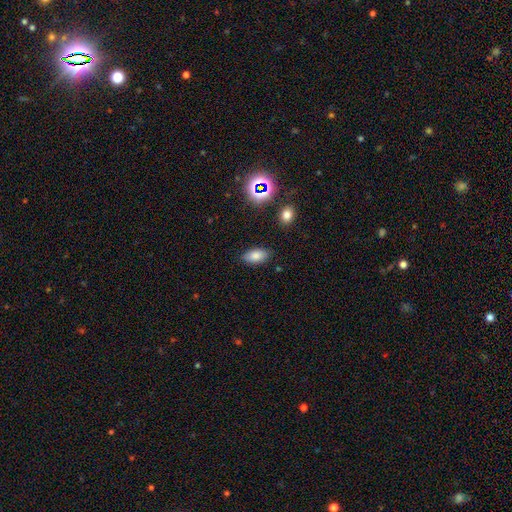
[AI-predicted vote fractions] This is clearly a smooth galaxy (80%). How rounded: clearly in between (92%). Merging: clearly none (85%).